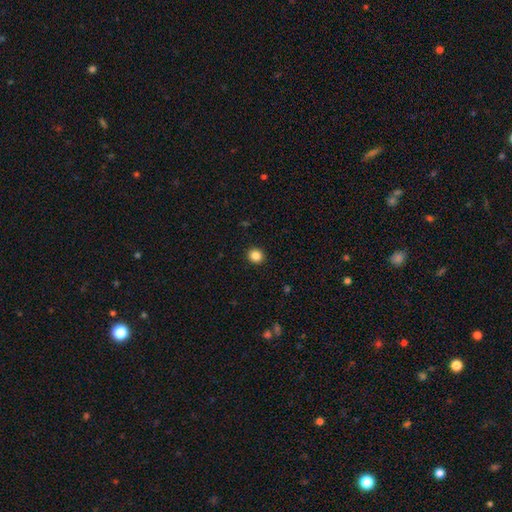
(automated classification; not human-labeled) This is clearly a smooth galaxy (85%). How rounded: clearly round (88%). Merging: clearly none (93%).